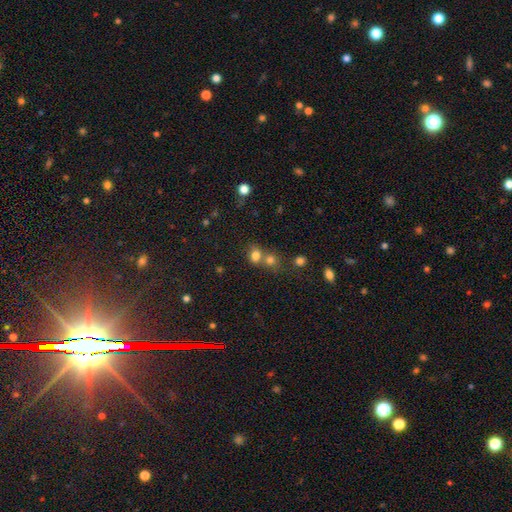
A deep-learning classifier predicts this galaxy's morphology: type=smooth (77%); roundness=round (63%); merging=merger (46%).